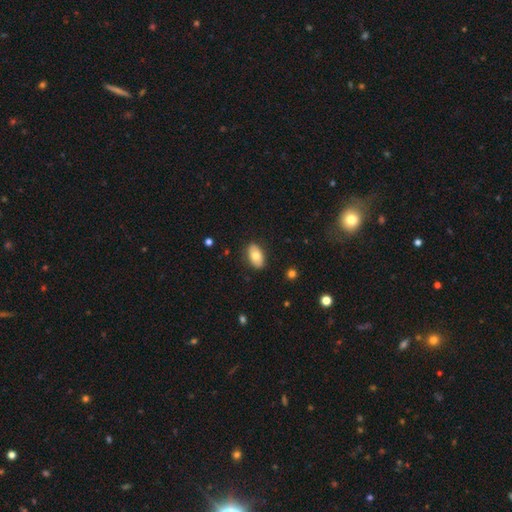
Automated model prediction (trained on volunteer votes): The model was most divided on "smooth or featured": smooth: 75%, featured or disk: 18%, star or artifact: 7%. More confident: how rounded — in between (92%); merging — none (85%).